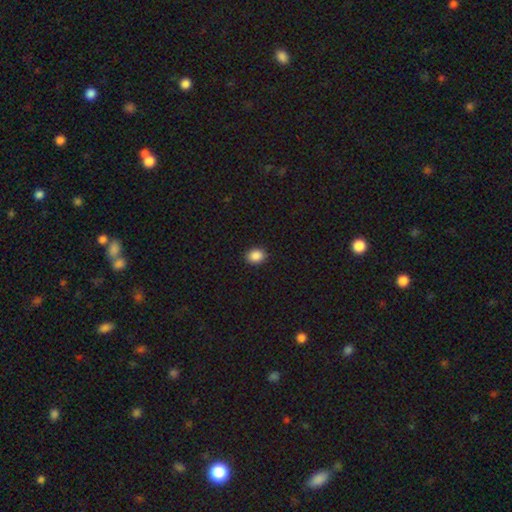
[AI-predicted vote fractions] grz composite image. It shows a smooth galaxy with no disk features (88%) that is round (52%). Merging: none (91%).